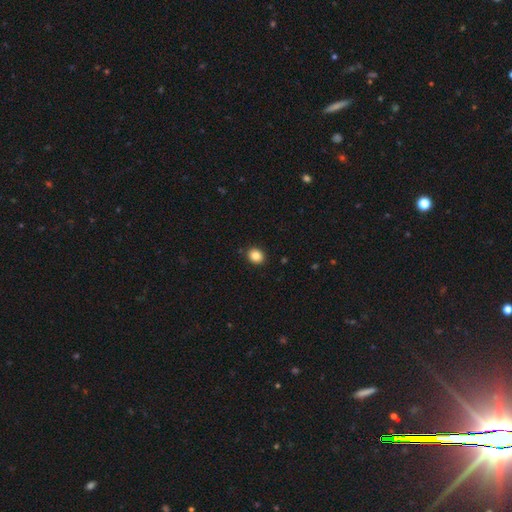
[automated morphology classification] The model was most divided on "how rounded": round: 61%, in between: 39%, cigar-shaped: 1%. More confident: merging — none (91%); smooth or featured — smooth (85%).